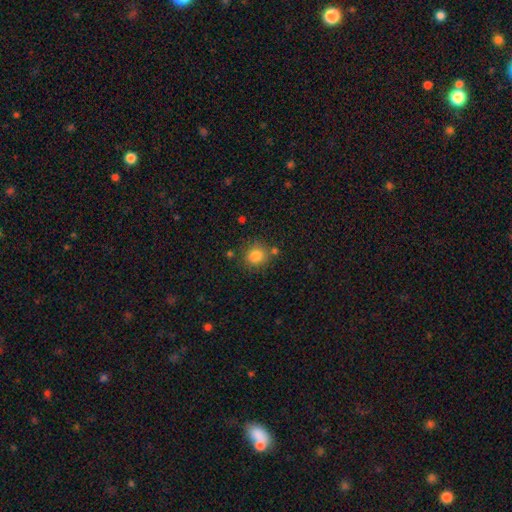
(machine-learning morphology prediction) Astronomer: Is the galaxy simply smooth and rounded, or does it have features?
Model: smooth — 84%.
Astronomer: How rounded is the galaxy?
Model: round — 84%.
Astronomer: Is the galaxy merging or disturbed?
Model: none — 75%.